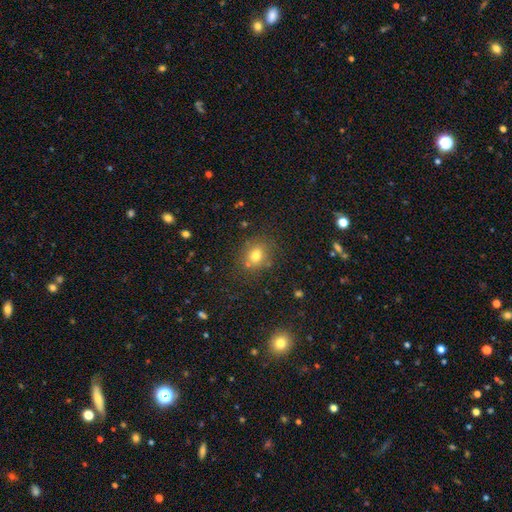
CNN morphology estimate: The model was most divided on "how rounded": round: 60%, in between: 38%, cigar-shaped: 1%. More confident: smooth or featured — smooth (74%); merging — none (74%).